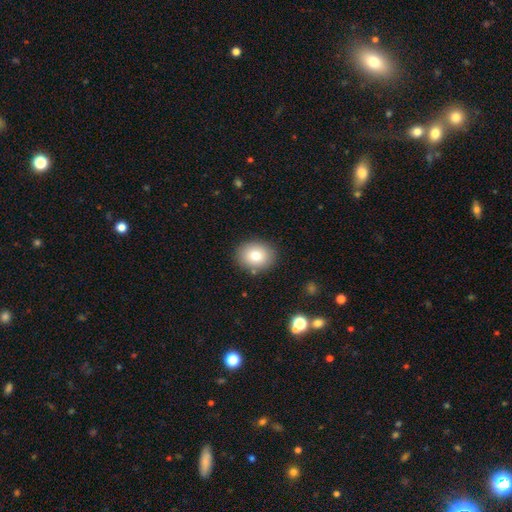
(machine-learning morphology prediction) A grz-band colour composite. It shows a smooth galaxy with no disk features (79%) that is round (58%). Merging: none (86%).